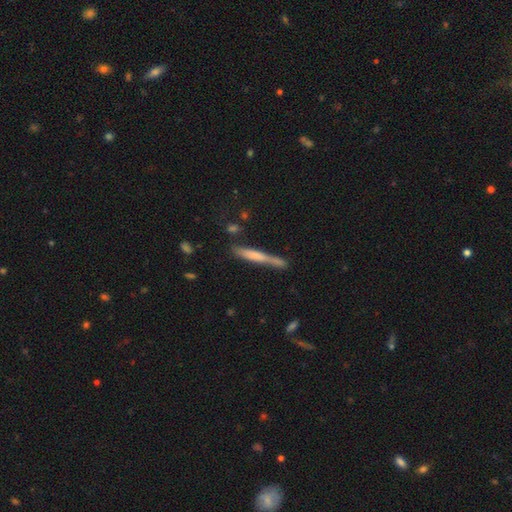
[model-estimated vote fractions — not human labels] A smooth galaxy with no disk features (56%) that is cigar-shaped (95%). Merging: none (65%).